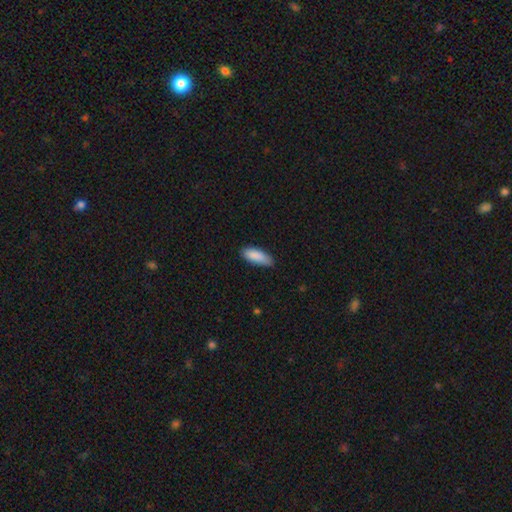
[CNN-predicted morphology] Smooth or featured? Predicted: smooth (p=0.89). How rounded? Predicted: in between (p=0.71). Merging? Predicted: none (p=0.77).